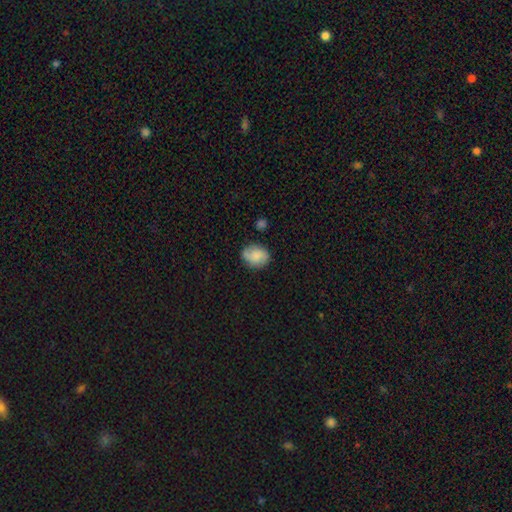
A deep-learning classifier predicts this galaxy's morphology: Smooth or featured?
  - smooth: 67% *
  - featured or disk: 25%
  - star or artifact: 9%
How rounded?
  - in between: 54% *
  - round: 45%
  - cigar-shaped: 1%
Merging?
  - none: 75% *
  - minor disturbance: 18%
  - major disturbance: 5%
  - merger: 3%